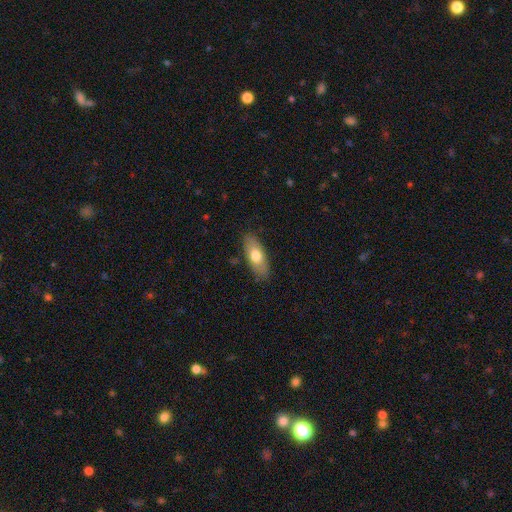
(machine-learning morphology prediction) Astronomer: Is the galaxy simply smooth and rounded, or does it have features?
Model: smooth — 71%.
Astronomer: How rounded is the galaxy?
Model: in between — 76%.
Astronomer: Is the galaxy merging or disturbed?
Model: none — 85%.